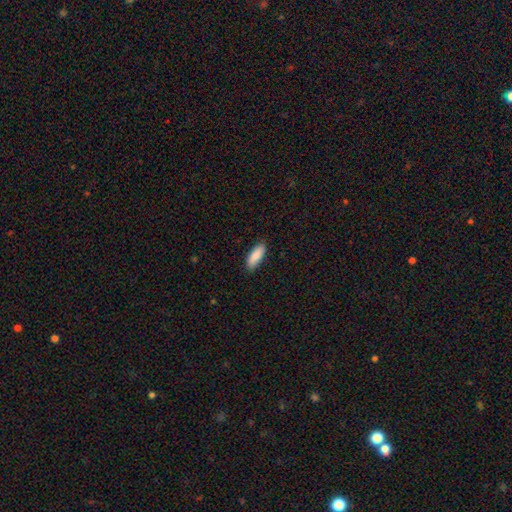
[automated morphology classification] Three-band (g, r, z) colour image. It shows a smooth galaxy with no disk features (87%) that is in between round and cigar-shaped (71%). Merging: none (86%).